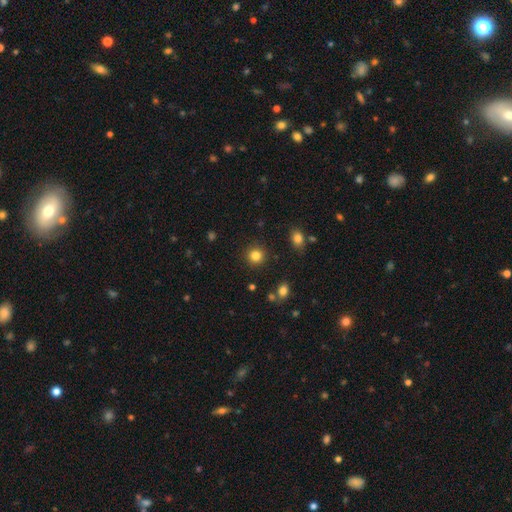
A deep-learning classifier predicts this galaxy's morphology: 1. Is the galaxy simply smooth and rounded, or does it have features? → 83% smooth, 12% star or artifact, 5% featured or disk.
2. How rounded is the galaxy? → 92% round, 7% in between, 1% cigar-shaped.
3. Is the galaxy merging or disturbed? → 90% none, 6% minor disturbance, 2% major disturbance, 2% merger.